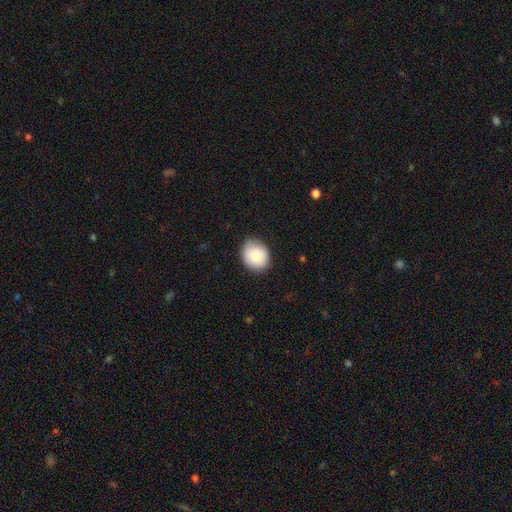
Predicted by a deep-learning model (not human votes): This appears to be a smooth galaxy with no disk features (84%) that is round (62%). Merging: none (84%).